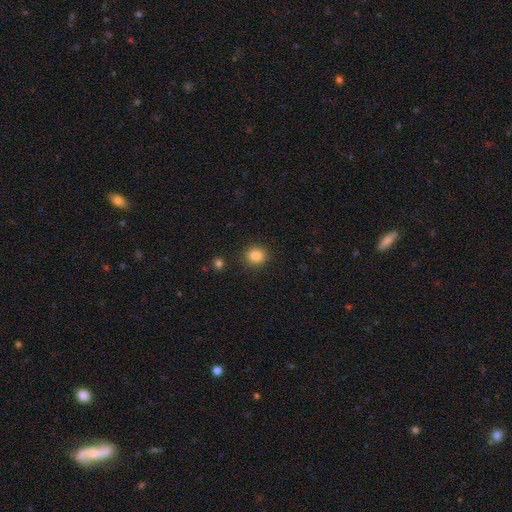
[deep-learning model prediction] smooth-or-featured: smooth: 85% | star or artifact: 11% | featured or disk: 4%
  how-rounded: round: 78% | in between: 21% | cigar-shaped: 1%
  merging: none: 89% | minor disturbance: 7% | major disturbance: 2% | merger: 2%